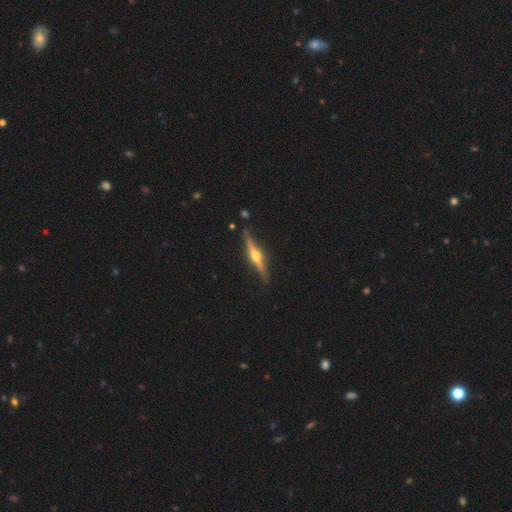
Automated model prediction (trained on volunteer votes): Smooth or featured? Predicted: featured or disk (p=0.81). Edge-on disk? Predicted: yes (p=0.98). Edge-on bulge? Predicted: rounded (p=0.95). Merging? Predicted: none (p=0.85).